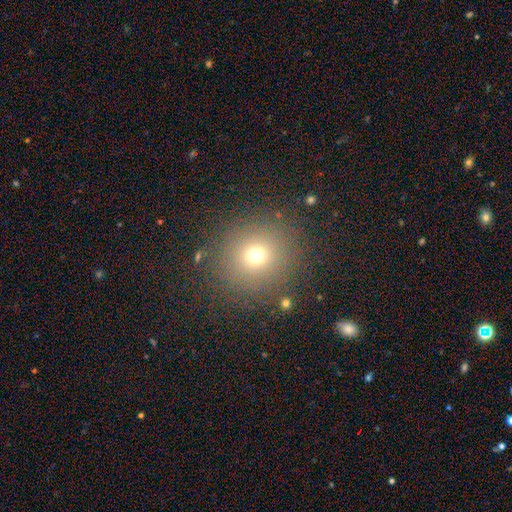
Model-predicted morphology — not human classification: Smooth or featured: smooth — 69% (star or artifact — 21%)
How rounded: round — 91% (in between — 8%)
Merging: none — 87% (minor disturbance — 7%)